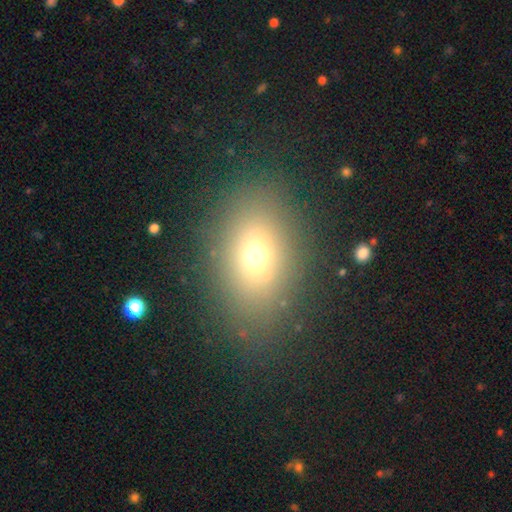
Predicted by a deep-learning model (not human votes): smooth-or-featured: smooth: 66% | star or artifact: 17% | featured or disk: 16%
  how-rounded: in between: 74% | round: 23% | cigar-shaped: 3%
  merging: none: 82% | minor disturbance: 11% | major disturbance: 6% | merger: 2%